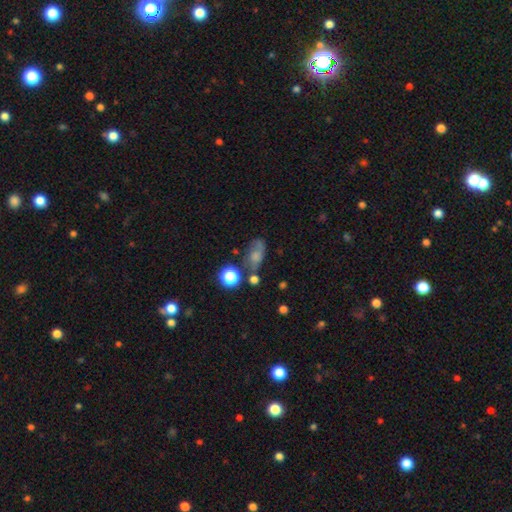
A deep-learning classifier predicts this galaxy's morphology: Smooth or featured? smooth (59%)
How rounded? in between (76%)
Merging? none (44%)